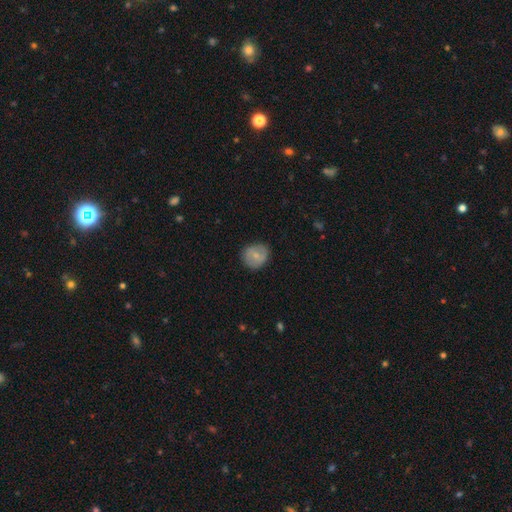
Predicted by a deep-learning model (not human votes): Morphology: type=smooth (63%); roundness=round (75%); merging=none (81%).